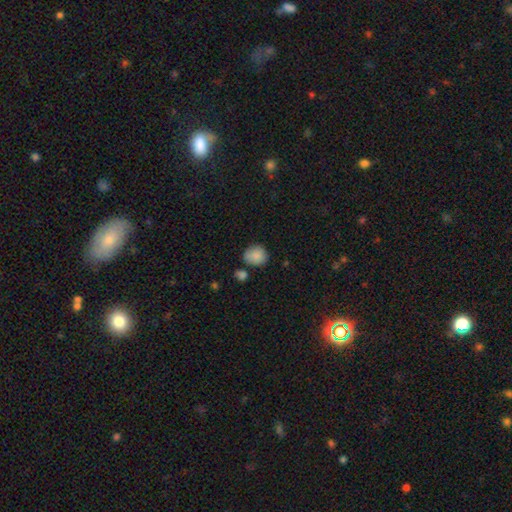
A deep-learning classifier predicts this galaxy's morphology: Smooth or featured: smooth — 87% (star or artifact — 8%)
How rounded: round — 73% (in between — 26%)
Merging: none — 67% (minor disturbance — 19%)